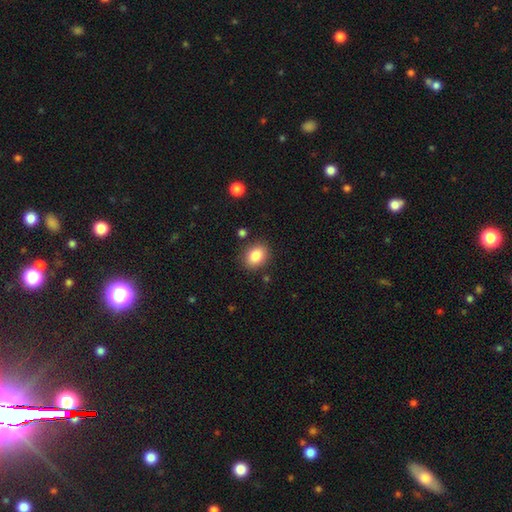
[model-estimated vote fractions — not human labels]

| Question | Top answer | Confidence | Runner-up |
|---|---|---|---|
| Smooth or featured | smooth | 86% | star or artifact (9%) |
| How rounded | in between | 60% | round (39%) |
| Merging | none | 85% | minor disturbance (9%) |